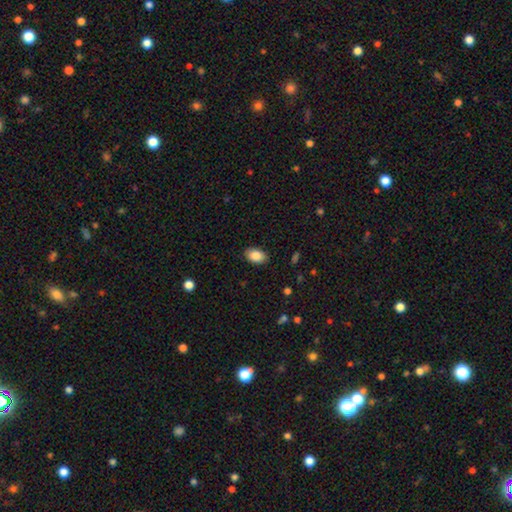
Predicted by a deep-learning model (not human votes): smooth-or-featured: smooth: 87% | star or artifact: 7% | featured or disk: 6%
  how-rounded: in between: 88% | round: 11% | cigar-shaped: 1%
  merging: none: 88% | minor disturbance: 9% | major disturbance: 2% | merger: 1%